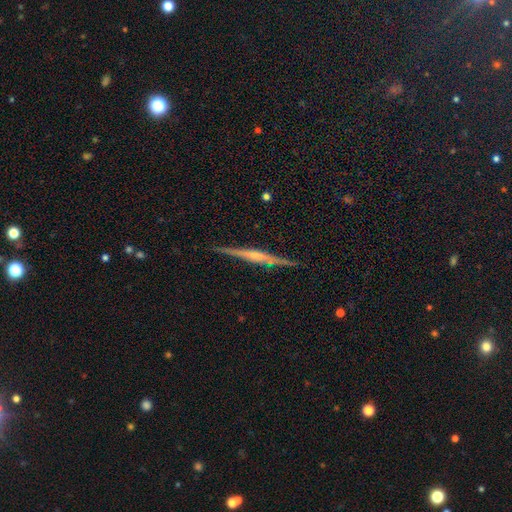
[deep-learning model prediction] Smooth or featured? featured or disk (78%)
Edge-on disk? yes (98%)
Edge-on bulge? rounded (54%)
Merging? none (89%)